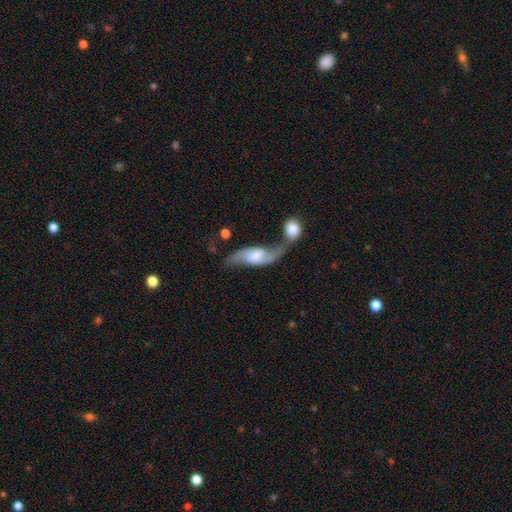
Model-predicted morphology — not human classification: The model was most divided on "bar" (2-way tie): no: 42%, weak: 42%, strong: 16%. Remaining: spiral arm count — 2 (91%); spiral arms — yes (90%); edge-on disk — no (90%); spiral winding — loose (80%); smooth or featured — featured or disk (71%); merging — merger (43%); bulge size — moderate (35%).